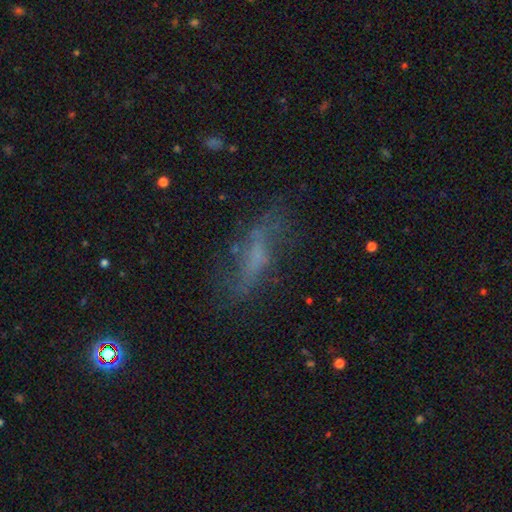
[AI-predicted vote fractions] Smooth or featured?
  - featured or disk: 44% *
  - smooth: 38%
  - star or artifact: 18%
Merging?
  - none: 59% *
  - minor disturbance: 22%
  - major disturbance: 17%
  - merger: 3%